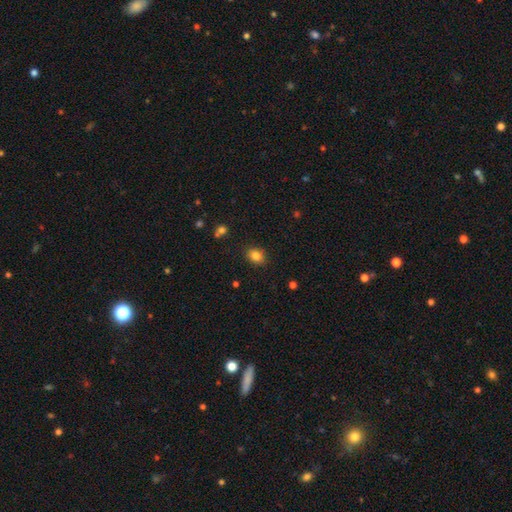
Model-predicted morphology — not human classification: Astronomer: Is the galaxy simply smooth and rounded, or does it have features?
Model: smooth — 83%.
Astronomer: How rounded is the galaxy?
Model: in between — 52% (runner-up: round, 47%).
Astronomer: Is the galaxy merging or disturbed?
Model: none — 87%.